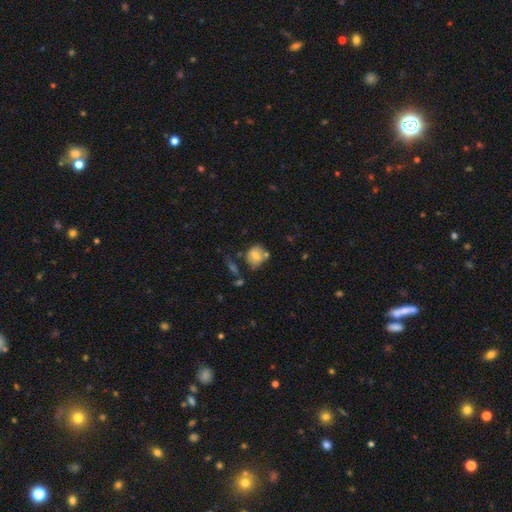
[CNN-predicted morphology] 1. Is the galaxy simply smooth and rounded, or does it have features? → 64% smooth, 27% featured or disk, 9% star or artifact.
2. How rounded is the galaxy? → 63% round, 36% in between, 1% cigar-shaped.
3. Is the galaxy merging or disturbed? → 54% none, 22% minor disturbance, 16% merger, 8% major disturbance.